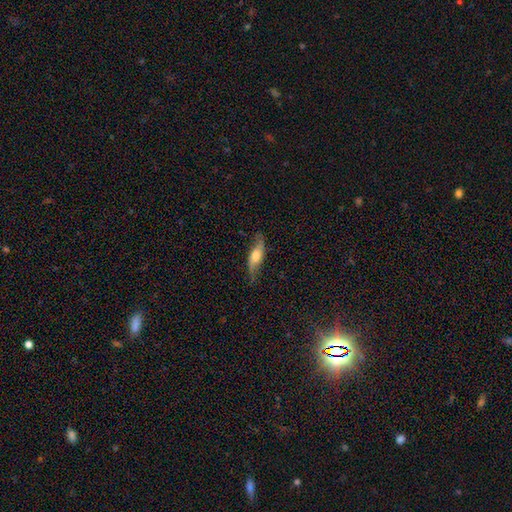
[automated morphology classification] Smooth or featured? Predicted: featured or disk (p=0.49). Merging? Predicted: none (p=0.73).